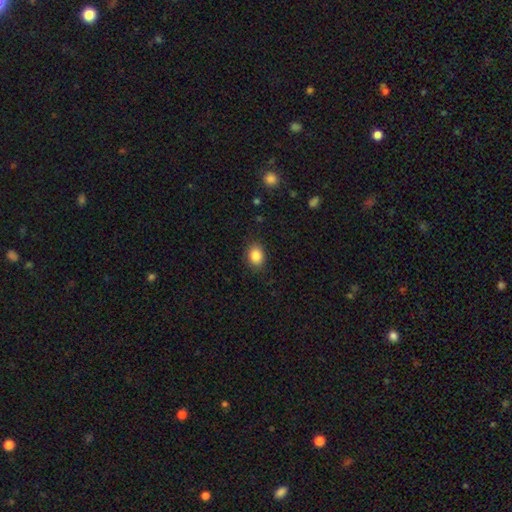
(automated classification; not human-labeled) smooth-or-featured: smooth: 87% | star or artifact: 9% | featured or disk: 5%
  how-rounded: in between: 60% | round: 39% | cigar-shaped: 1%
  merging: none: 86% | minor disturbance: 10% | major disturbance: 3% | merger: 1%